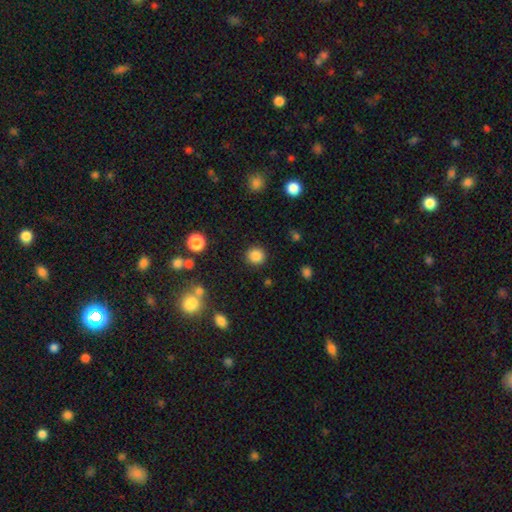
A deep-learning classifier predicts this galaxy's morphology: A smooth galaxy with no disk features (85%) that is round (90%). Merging: none (89%).